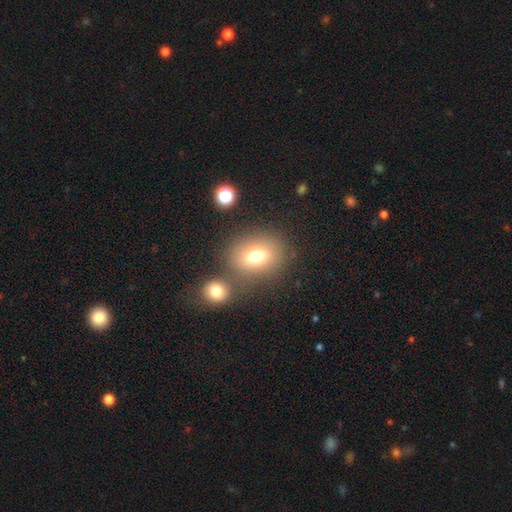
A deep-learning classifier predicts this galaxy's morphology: A smooth galaxy with no disk features (75%) that is in between round and cigar-shaped (59%).

Vote fractions:
- Smooth or featured? smooth: 75% / featured or disk: 14% / star or artifact: 11%
- How rounded? in between: 59% / round: 39% / cigar-shaped: 1%
- Merging? none: 65% / merger: 19% / minor disturbance: 12% / major disturbance: 5%